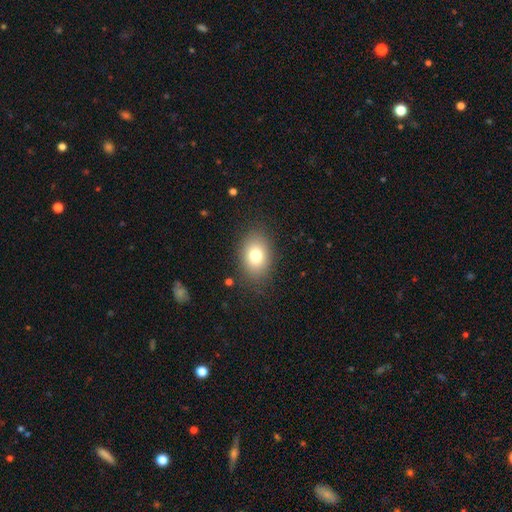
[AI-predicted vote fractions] smooth 77%, featured or disk 12%, star or artifact 11%. Down the decision tree: how rounded — in between (73%); merging — none (85%).